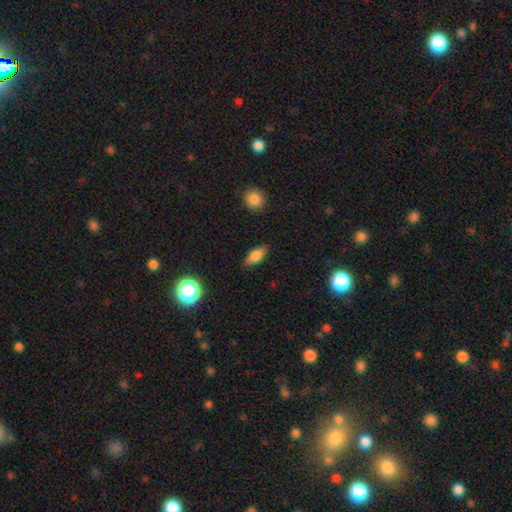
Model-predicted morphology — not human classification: Q: Smooth or featured?
A: smooth (78%); runner-up: featured or disk (13%)
Q: How rounded?
A: in between (81%); runner-up: cigar-shaped (14%)
Q: Merging?
A: none (83%); runner-up: minor disturbance (13%)